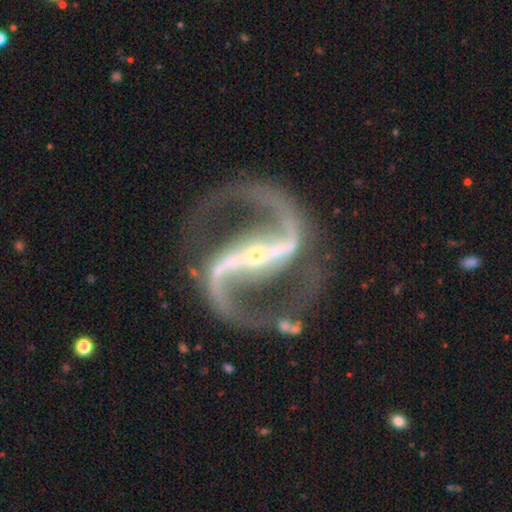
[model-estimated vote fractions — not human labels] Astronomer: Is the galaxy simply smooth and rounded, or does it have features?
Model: featured or disk — 94%.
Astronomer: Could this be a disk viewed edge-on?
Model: no — 97%.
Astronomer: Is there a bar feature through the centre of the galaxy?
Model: strong — 80%.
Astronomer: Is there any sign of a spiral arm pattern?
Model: yes — 98%.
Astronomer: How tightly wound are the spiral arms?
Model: medium — 58%.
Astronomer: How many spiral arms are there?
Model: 2 — 95%.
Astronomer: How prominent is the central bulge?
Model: small — 82%.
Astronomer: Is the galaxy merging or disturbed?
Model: none — 81%.